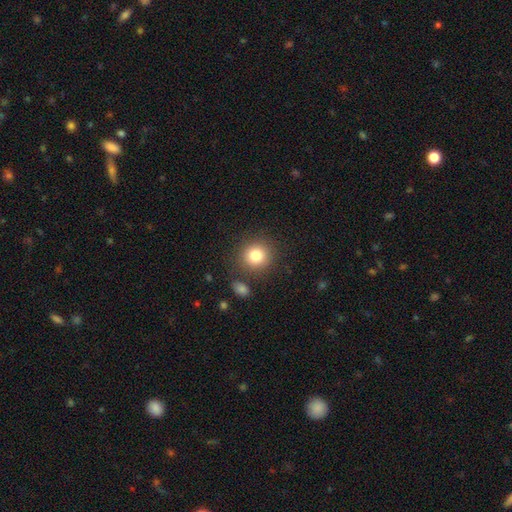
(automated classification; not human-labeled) Q: Smooth or featured?
A: smooth (81%); runner-up: star or artifact (11%)
Q: How rounded?
A: round (89%); runner-up: in between (10%)
Q: Merging?
A: none (83%); runner-up: minor disturbance (9%)